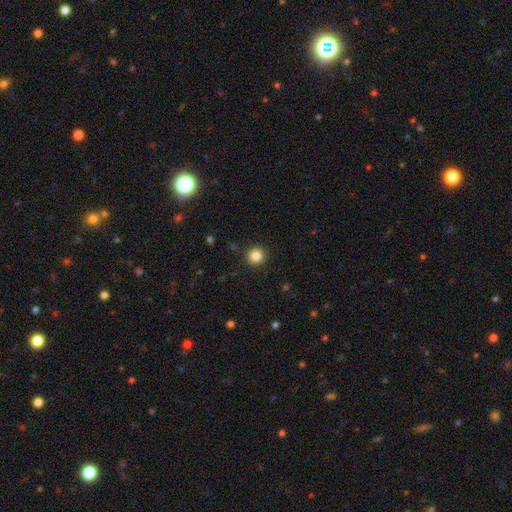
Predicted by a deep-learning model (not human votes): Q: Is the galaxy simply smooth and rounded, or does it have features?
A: smooth — 84%.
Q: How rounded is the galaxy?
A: round — 95%.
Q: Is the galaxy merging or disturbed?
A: none — 92%.